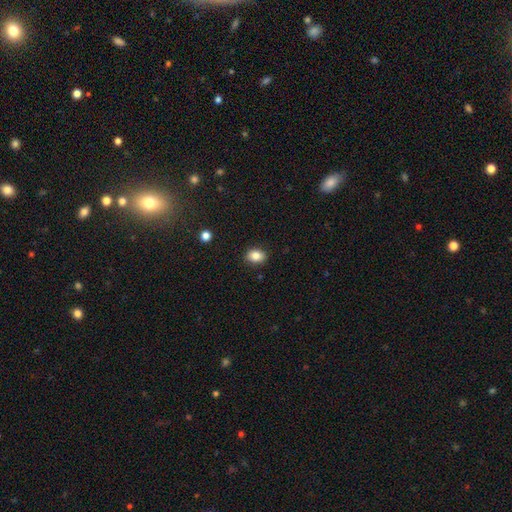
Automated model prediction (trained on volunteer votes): This appears to be a smooth galaxy with no disk features (85%) that is in between round and cigar-shaped (71%). Merging: none (88%).